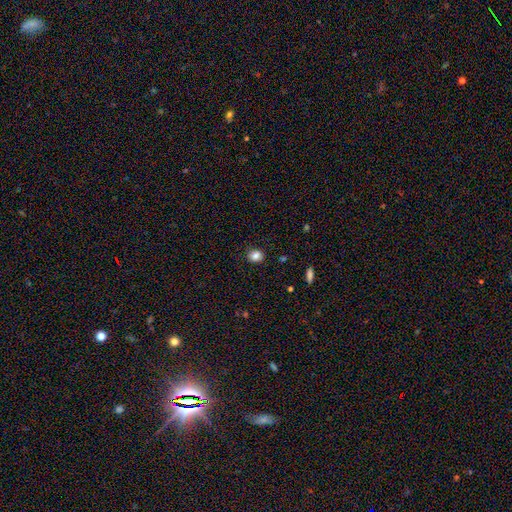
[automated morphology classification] Smooth or featured? smooth (83%)
How rounded? round (72%)
Merging? none (89%)